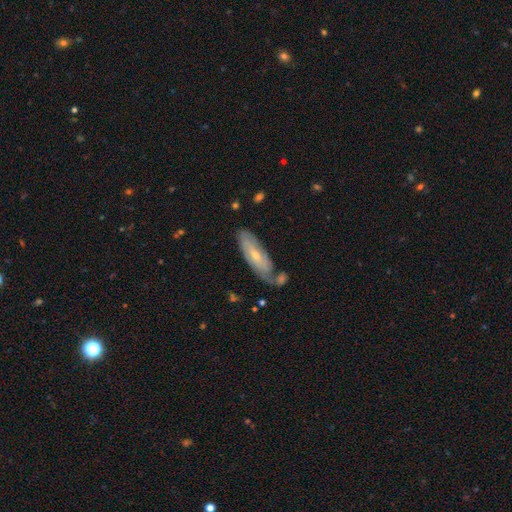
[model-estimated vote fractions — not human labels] Q: Smooth or featured?
A: featured or disk (58%); runner-up: smooth (37%)
Q: Edge-on disk?
A: no (76%); runner-up: yes (24%)
Q: Merging?
A: none (57%); runner-up: minor disturbance (21%)